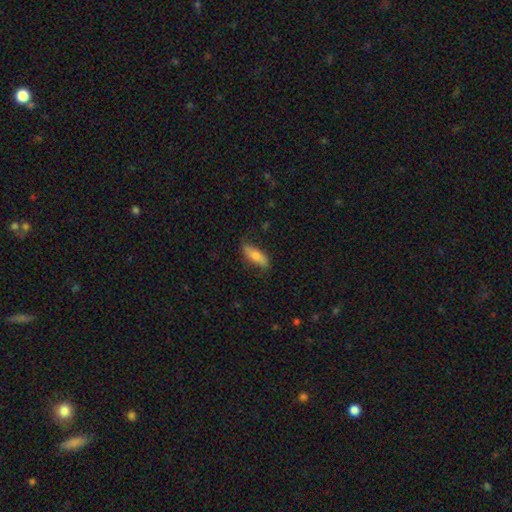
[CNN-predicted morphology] Smooth or featured: smooth — 70% (featured or disk — 24%)
How rounded: in between — 58% (cigar-shaped — 39%)
Merging: none — 78% (minor disturbance — 17%)